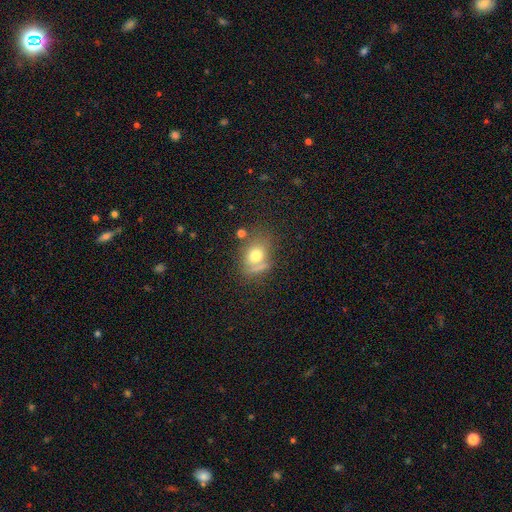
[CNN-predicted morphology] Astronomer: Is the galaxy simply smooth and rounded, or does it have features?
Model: smooth — 72%.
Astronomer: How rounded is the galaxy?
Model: in between — 58% (runner-up: round, 40%).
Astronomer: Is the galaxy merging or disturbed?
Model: none — 51%.